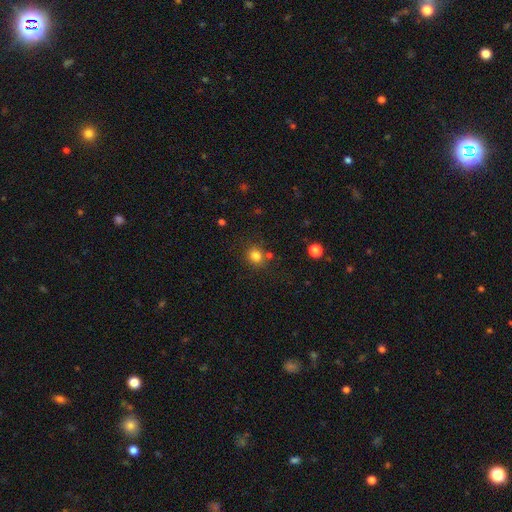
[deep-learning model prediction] Smooth or featured: smooth — 81% (star or artifact — 13%)
How rounded: round — 73% (in between — 26%)
Merging: none — 75% (minor disturbance — 12%)